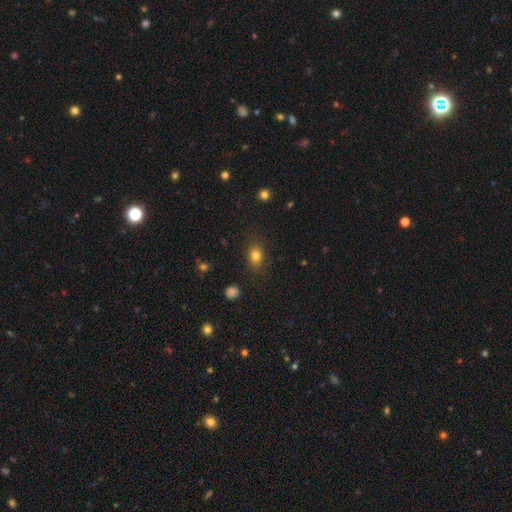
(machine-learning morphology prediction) Smooth or featured?
  - smooth: 80% *
  - star or artifact: 12%
  - featured or disk: 8%
How rounded?
  - in between: 65% *
  - round: 34%
  - cigar-shaped: 2%
Merging?
  - none: 82% *
  - minor disturbance: 12%
  - major disturbance: 4%
  - merger: 1%